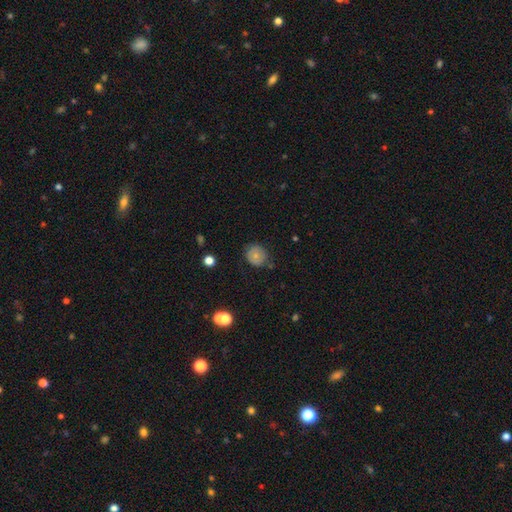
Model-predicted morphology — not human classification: Smooth or featured?
  - smooth: 69% *
  - featured or disk: 21%
  - star or artifact: 10%
How rounded?
  - round: 82% *
  - in between: 17%
  - cigar-shaped: 1%
Merging?
  - none: 73% *
  - minor disturbance: 21%
  - major disturbance: 4%
  - merger: 2%